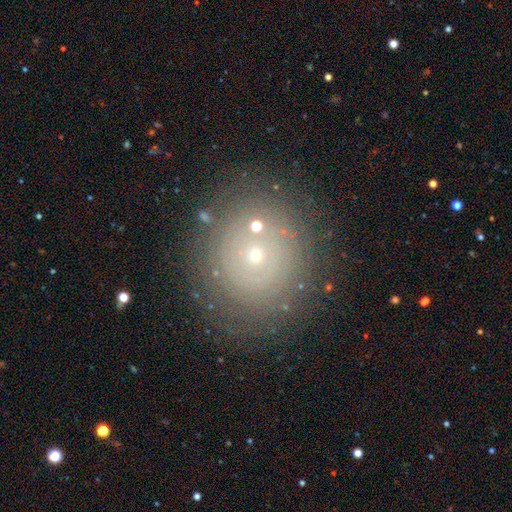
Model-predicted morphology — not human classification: Smooth or featured?
  - smooth: 42% *
  - featured or disk: 38%
  - star or artifact: 20%
Merging?
  - none: 80% *
  - minor disturbance: 11%
  - major disturbance: 5%
  - merger: 4%